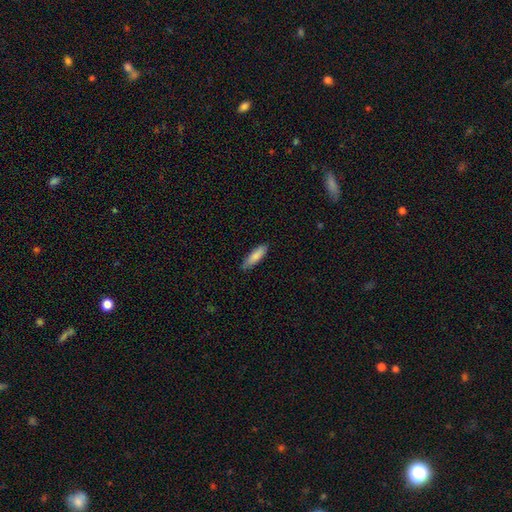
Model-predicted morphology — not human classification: type=smooth (85%); roundness=cigar-shaped (53%); merging=none (85%).